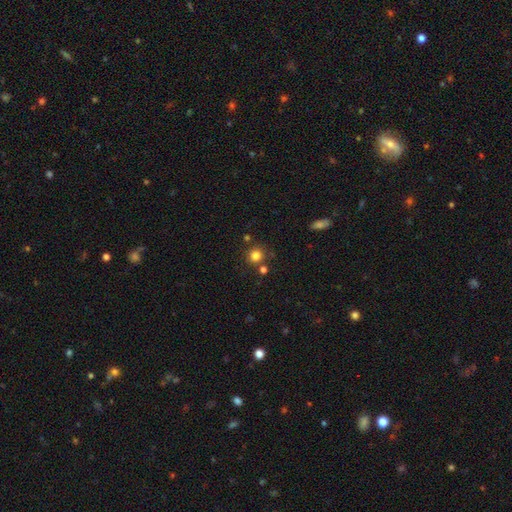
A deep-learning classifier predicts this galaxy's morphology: smooth-or-featured: smooth: 80% | star or artifact: 14% | featured or disk: 6%
  how-rounded: round: 92% | in between: 7% | cigar-shaped: 1%
  merging: none: 80% | merger: 9% | minor disturbance: 8% | major disturbance: 3%